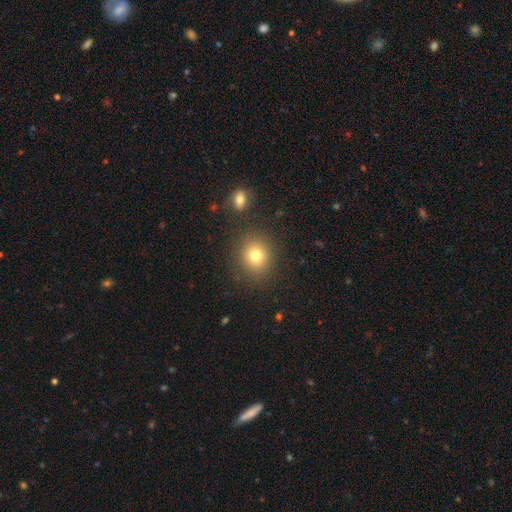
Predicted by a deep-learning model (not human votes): Smooth or featured? Predicted: smooth (p=0.78). How rounded? Predicted: round (p=0.74). Merging? Predicted: none (p=0.84).